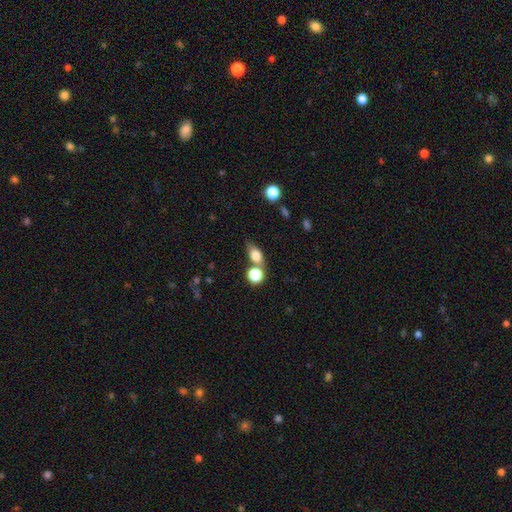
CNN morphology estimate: This appears to be a smooth galaxy with no disk features (77%) that is in between round and cigar-shaped (70%). Merging: none (53%).